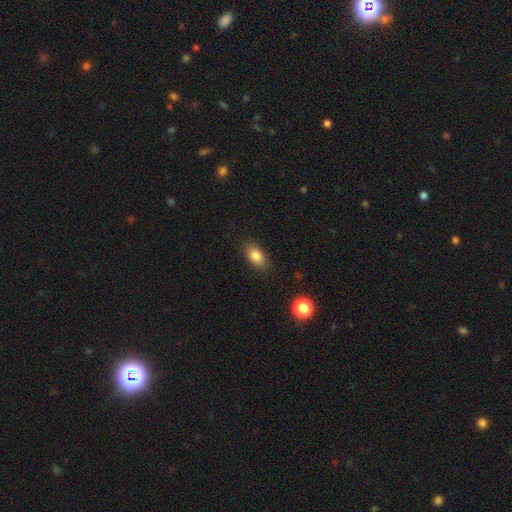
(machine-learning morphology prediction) The model was most divided on "merging": none: 85%, minor disturbance: 11%, major disturbance: 3%, merger: 1%. More confident: how rounded — in between (87%); smooth or featured — smooth (84%).